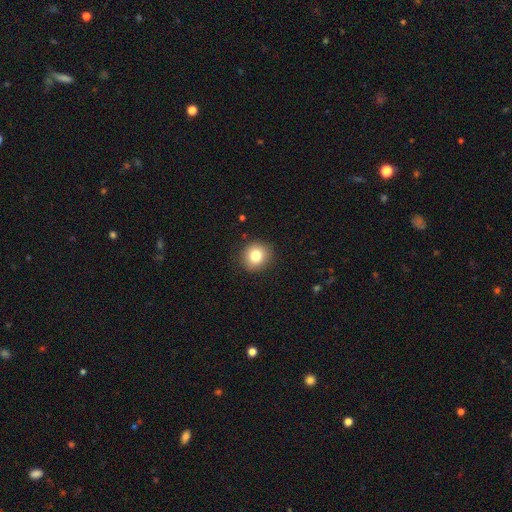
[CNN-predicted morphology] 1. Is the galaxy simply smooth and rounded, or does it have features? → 81% smooth, 11% star or artifact, 9% featured or disk.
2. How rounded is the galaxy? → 87% round, 12% in between, 1% cigar-shaped.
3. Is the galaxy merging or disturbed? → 90% none, 7% minor disturbance, 2% major disturbance, 1% merger.